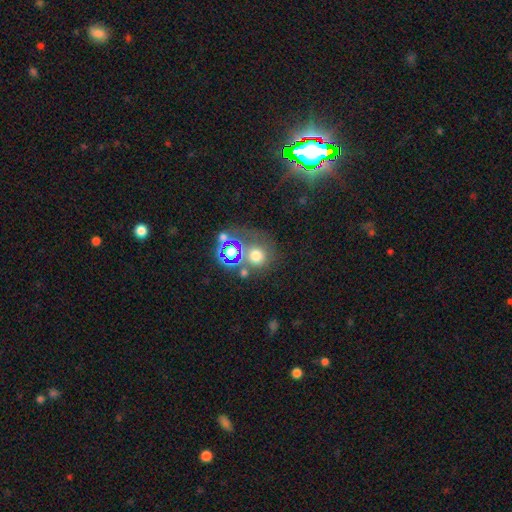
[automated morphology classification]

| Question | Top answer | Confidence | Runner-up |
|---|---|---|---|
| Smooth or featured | smooth | 60% | star or artifact (28%) |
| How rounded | round | 87% | in between (12%) |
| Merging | none | 58% | merger (21%) |